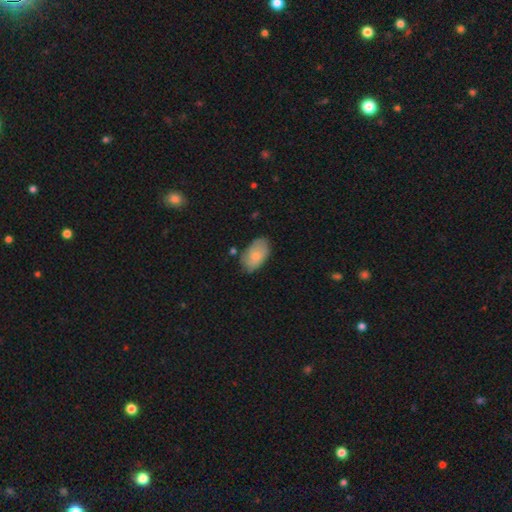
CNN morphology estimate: smooth_or_featured: smooth (p=0.76) [alt: featured or disk p=0.18]
how_rounded: in between (p=0.93) [alt: round p=0.05]
merging: none (p=0.65) [alt: minor disturbance p=0.26]